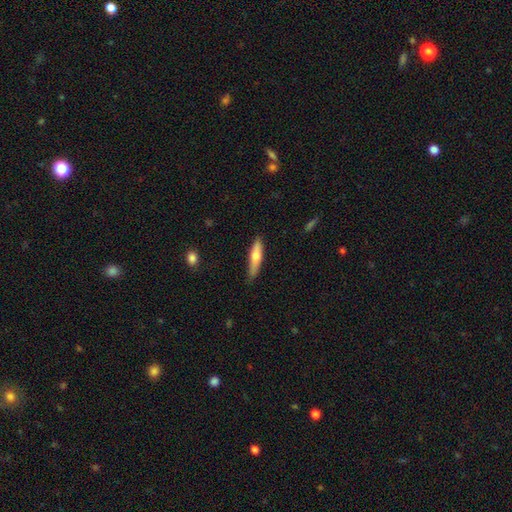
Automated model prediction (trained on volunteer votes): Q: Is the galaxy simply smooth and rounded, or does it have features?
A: smooth — 61%.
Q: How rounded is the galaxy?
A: cigar-shaped — 79%.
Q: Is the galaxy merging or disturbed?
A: none — 80%.